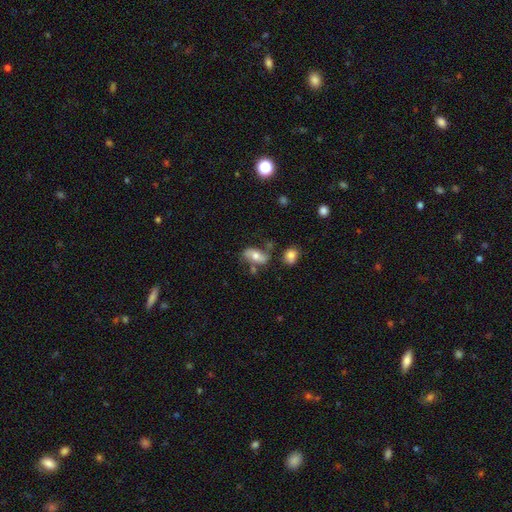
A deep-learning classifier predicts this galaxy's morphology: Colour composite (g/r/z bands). It shows a smooth galaxy with no disk features (51%) that is in between round and cigar-shaped (86%). Merging: none (57%).